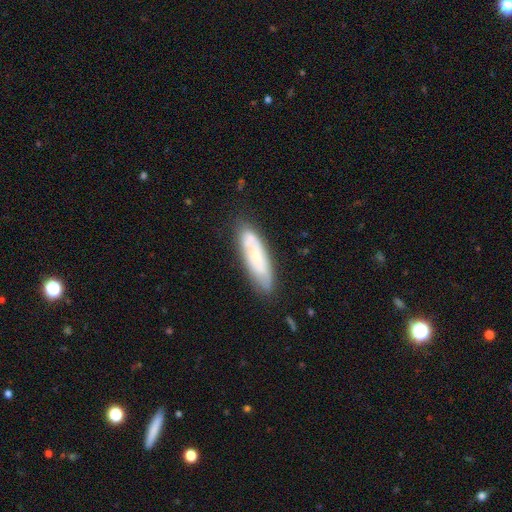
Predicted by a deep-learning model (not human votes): Smooth or featured? smooth (47%)
Merging? none (73%)